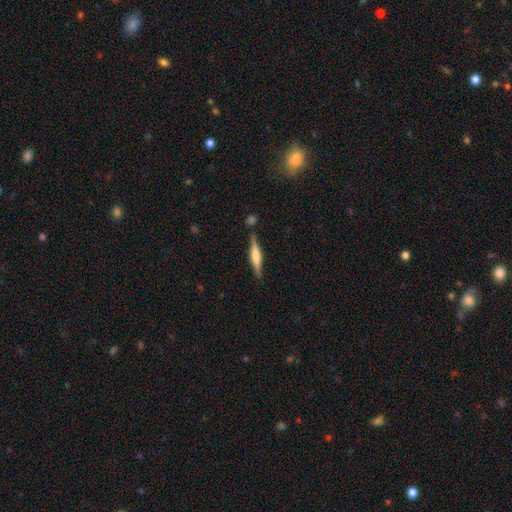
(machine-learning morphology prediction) Smooth or featured: featured or disk — 55% (smooth — 39%)
Edge-on disk: yes — 97% (no — 3%)
Edge-on bulge: rounded — 55% (boxy — 34%)
Merging: none — 83% (minor disturbance — 11%)